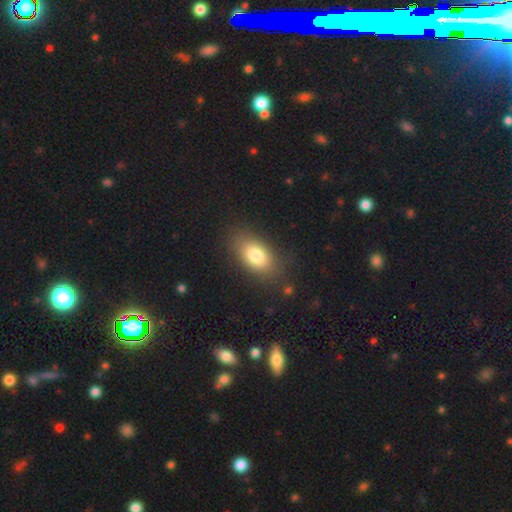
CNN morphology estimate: Smooth or featured?
  - smooth: 80% *
  - featured or disk: 11%
  - star or artifact: 8%
How rounded?
  - in between: 89% *
  - round: 8%
  - cigar-shaped: 3%
Merging?
  - none: 82% *
  - minor disturbance: 12%
  - major disturbance: 4%
  - merger: 2%